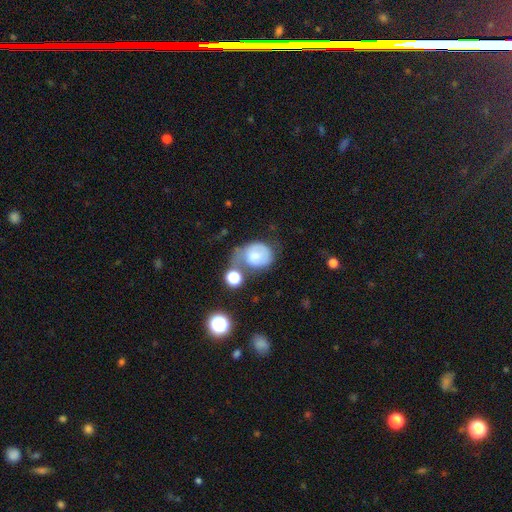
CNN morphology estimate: smooth_or_featured: smooth (p=0.61) [alt: featured or disk p=0.30]
how_rounded: round (p=0.55) [alt: in between p=0.44]
merging: major disturbance (p=0.29) [alt: minor disturbance p=0.26]